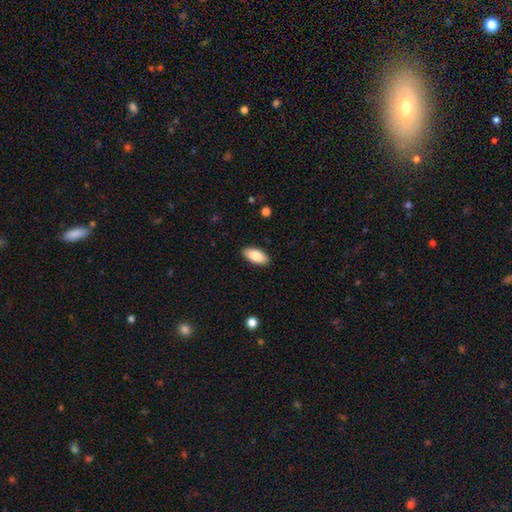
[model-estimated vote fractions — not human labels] This is clearly a smooth galaxy (85%). How rounded: clearly in between (91%). Merging: clearly none (89%).